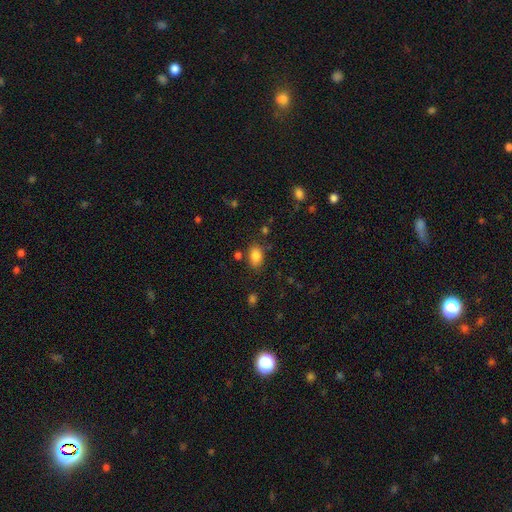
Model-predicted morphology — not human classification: Smooth or featured: smooth — 84% (star or artifact — 10%)
How rounded: in between — 84% (round — 15%)
Merging: none — 77% (minor disturbance — 14%)